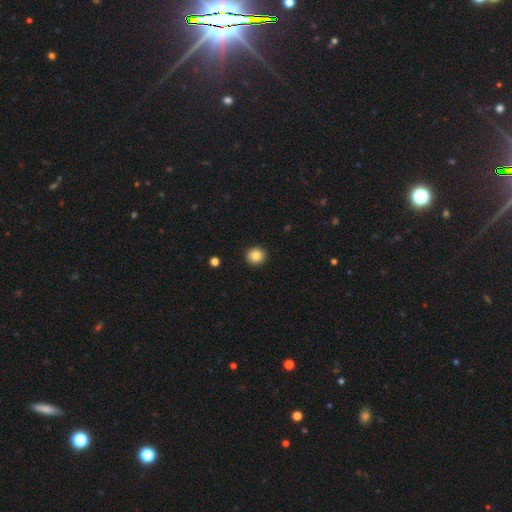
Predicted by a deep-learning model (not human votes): Smooth or featured? Predicted: smooth (p=0.86). How rounded? Predicted: round (p=0.92). Merging? Predicted: none (p=0.93).